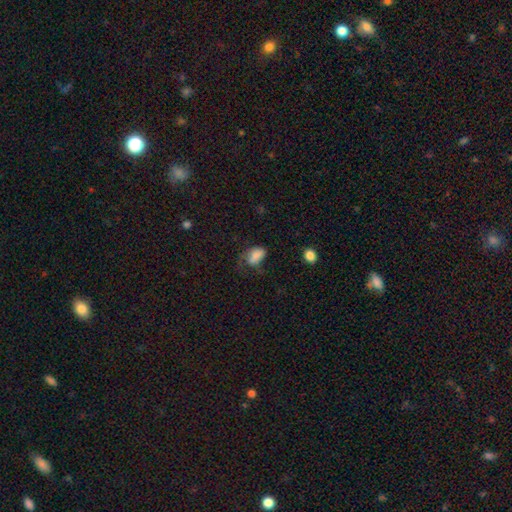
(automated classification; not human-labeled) smooth_or_featured: smooth (p=0.74) [alt: featured or disk p=0.16]
how_rounded: in between (p=0.89) [alt: round p=0.09]
merging: major disturbance (p=0.44) [alt: minor disturbance p=0.26]